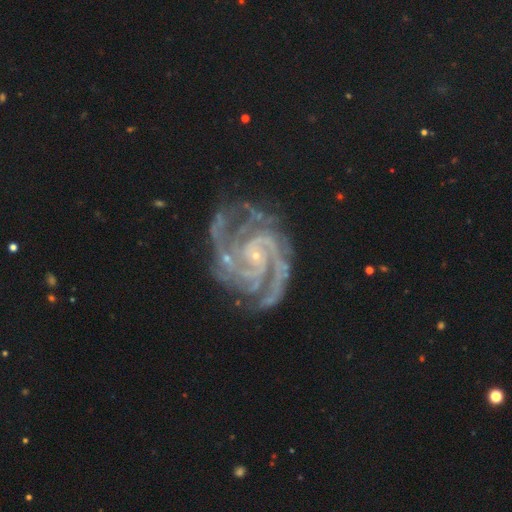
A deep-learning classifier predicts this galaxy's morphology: Overall: featured or disk (93%). Edge-on disk: no (98%). Bar: no (58%; weak 29%). Spiral arms: yes (99%). Spiral arm count: 2 (28%, tied with 3). Spiral winding: tight (61%; medium 35%). Bulge size: small (87%). Merging: none (69%).